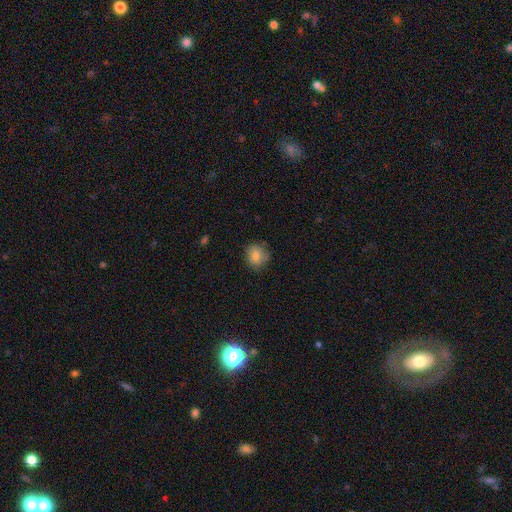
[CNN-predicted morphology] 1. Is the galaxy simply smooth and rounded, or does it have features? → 80% smooth, 10% featured or disk, 9% star or artifact.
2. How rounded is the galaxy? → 78% round, 21% in between, 1% cigar-shaped.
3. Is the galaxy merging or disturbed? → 77% none, 18% minor disturbance, 4% major disturbance, 1% merger.